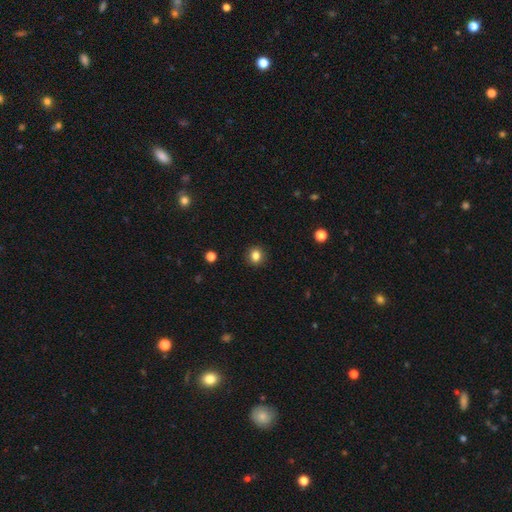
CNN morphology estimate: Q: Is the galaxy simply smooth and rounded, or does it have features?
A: smooth — 84%.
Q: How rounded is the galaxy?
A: round — 75%.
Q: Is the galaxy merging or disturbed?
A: none — 91%.